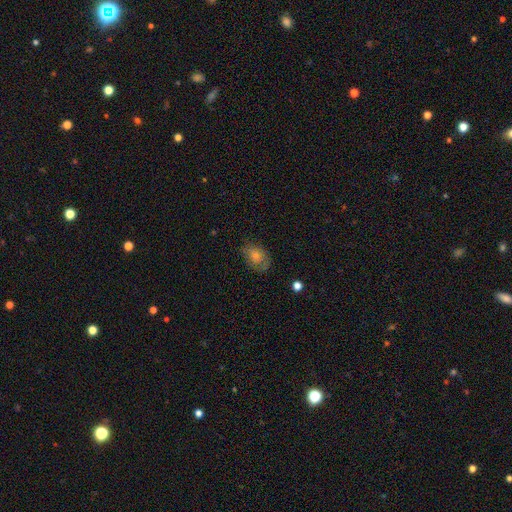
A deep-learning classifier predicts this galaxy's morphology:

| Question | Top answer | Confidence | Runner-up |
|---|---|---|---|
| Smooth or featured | smooth | 57% | featured or disk (29%) |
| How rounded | in between | 73% | round (26%) |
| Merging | none | 72% | minor disturbance (20%) |